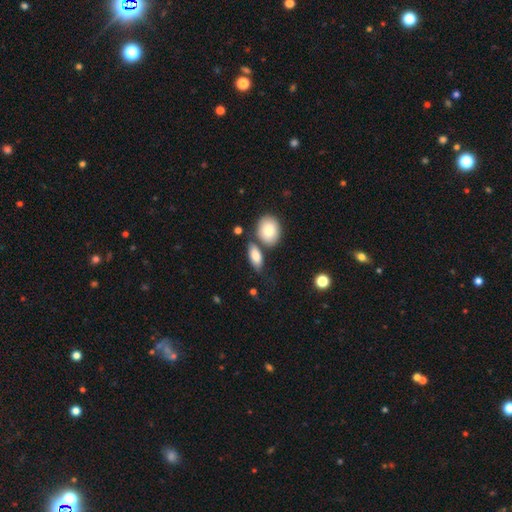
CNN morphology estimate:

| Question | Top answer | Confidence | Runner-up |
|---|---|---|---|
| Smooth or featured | smooth | 81% | featured or disk (13%) |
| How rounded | in between | 85% | cigar-shaped (8%) |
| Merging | none | 59% | merger (18%) |